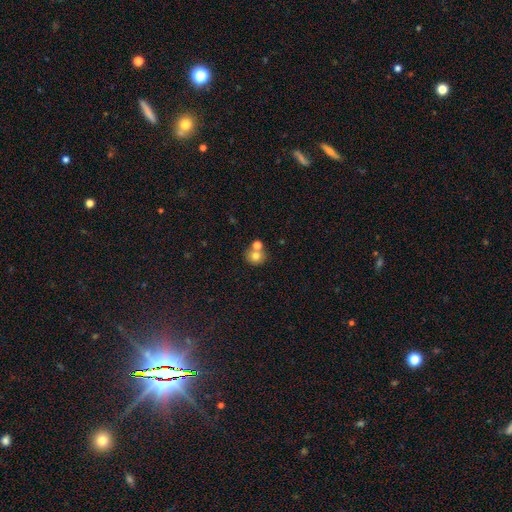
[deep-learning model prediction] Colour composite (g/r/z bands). It shows a smooth galaxy with no disk features (75%) that is round (83%). Merging: none (54%).